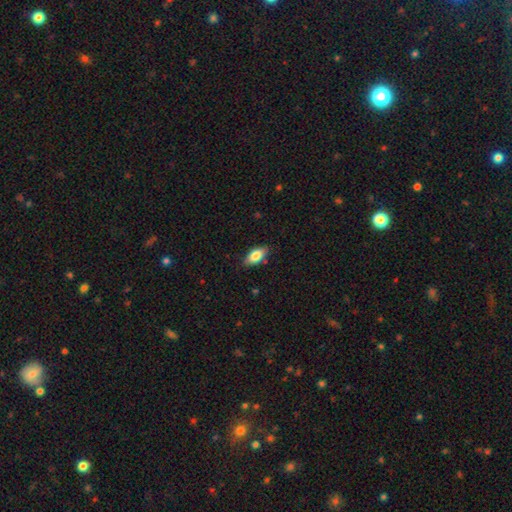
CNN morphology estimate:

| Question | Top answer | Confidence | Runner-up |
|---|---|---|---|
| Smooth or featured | smooth | 82% | featured or disk (11%) |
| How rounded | in between | 90% | cigar-shaped (7%) |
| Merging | none | 83% | minor disturbance (13%) |